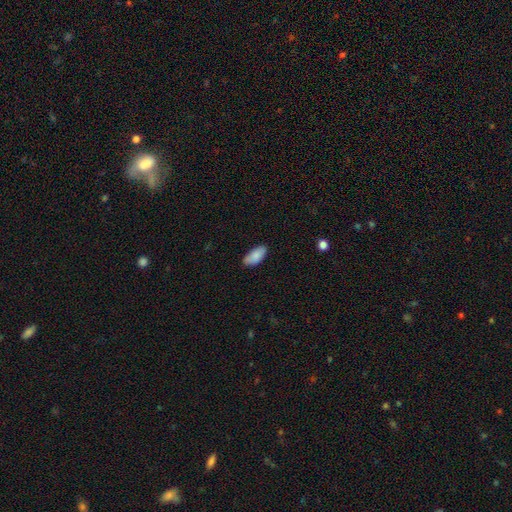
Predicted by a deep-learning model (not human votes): smooth_or_featured: smooth (p=0.88) [alt: star or artifact p=0.06]
how_rounded: in between (p=0.92) [alt: cigar-shaped p=0.07]
merging: none (p=0.80) [alt: minor disturbance p=0.16]